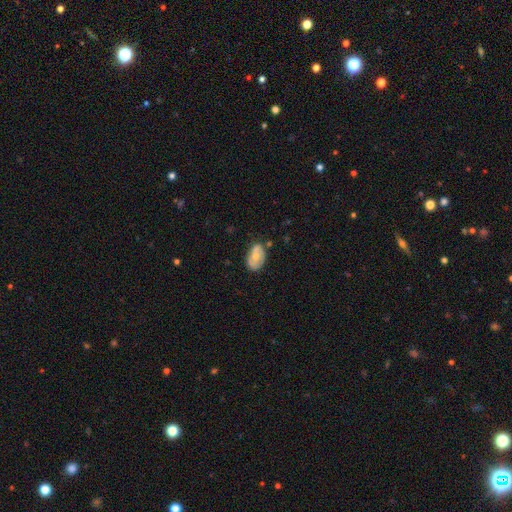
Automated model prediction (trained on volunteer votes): smooth-or-featured: smooth: 57% | featured or disk: 36% | star or artifact: 7%
  how-rounded: in between: 90% | round: 9% | cigar-shaped: 2%
  merging: none: 59% | minor disturbance: 29% | major disturbance: 7% | merger: 5%